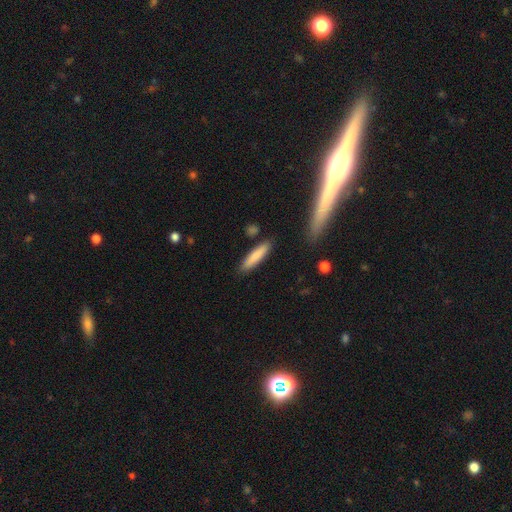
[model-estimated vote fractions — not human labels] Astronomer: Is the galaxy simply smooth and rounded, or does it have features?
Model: smooth — 82%.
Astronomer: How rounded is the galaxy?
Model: cigar-shaped — 82%.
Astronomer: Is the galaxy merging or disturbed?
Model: none — 86%.